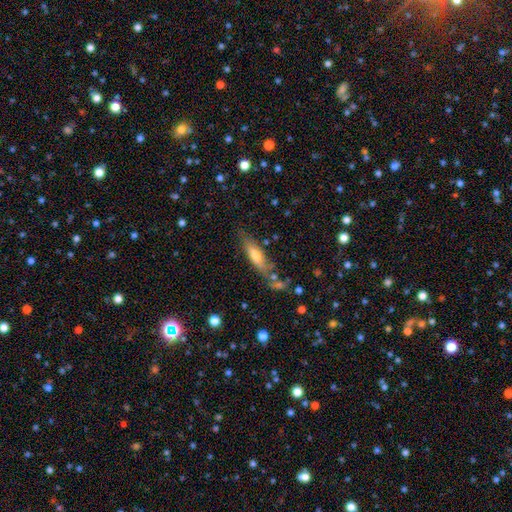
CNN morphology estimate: This is possibly a smooth galaxy (58%). How rounded: likely cigar-shaped (64%). Merging: likely none (64%).